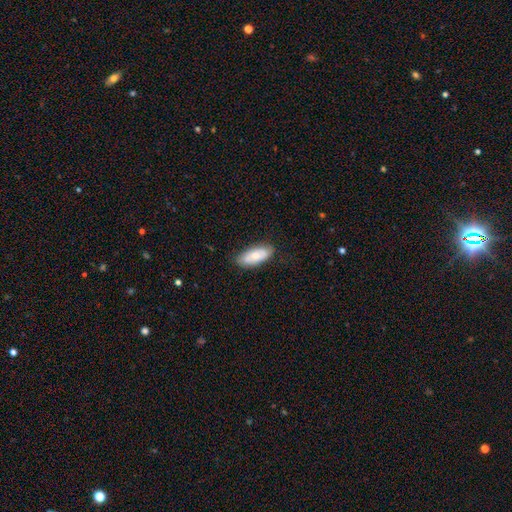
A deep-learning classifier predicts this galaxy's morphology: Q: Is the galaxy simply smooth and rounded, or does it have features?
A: smooth — 69%.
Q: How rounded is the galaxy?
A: in between — 86%.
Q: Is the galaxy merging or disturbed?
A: none — 81%.